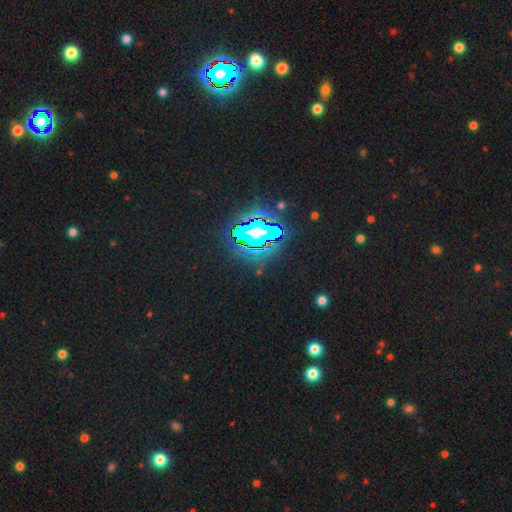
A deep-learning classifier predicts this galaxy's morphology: A star or artifact, not a galaxy (84%).

Vote fractions:
- Smooth or featured? star or artifact: 84% / smooth: 9% / featured or disk: 7%